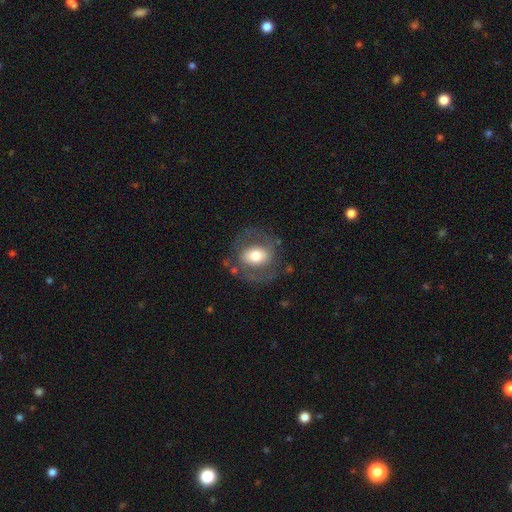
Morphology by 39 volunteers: A featured or disk galaxy (59%) with no bar (45%), 2 (100%) tight (38%, tied with medium) spiral arms (59%) and a large central bulge (50%). Merging: none (73%).